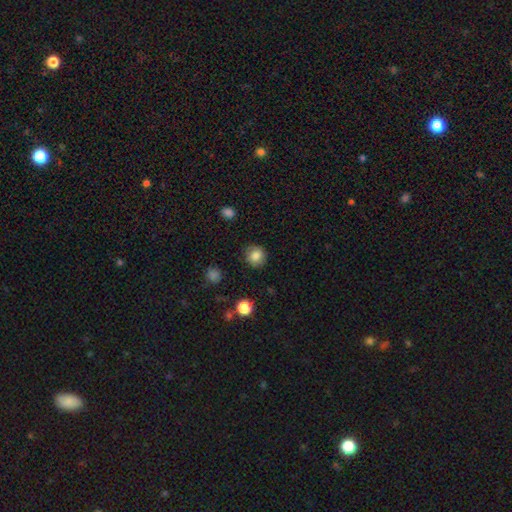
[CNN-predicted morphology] Smooth or featured?
  - smooth: 83% *
  - star or artifact: 10%
  - featured or disk: 6%
How rounded?
  - round: 89% *
  - in between: 10%
  - cigar-shaped: 1%
Merging?
  - none: 86% *
  - minor disturbance: 9%
  - major disturbance: 3%
  - merger: 1%